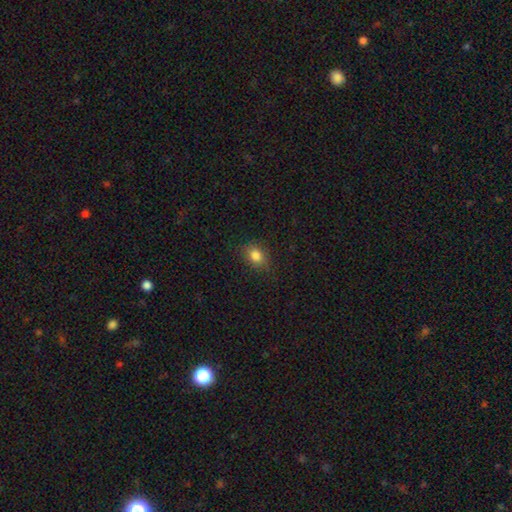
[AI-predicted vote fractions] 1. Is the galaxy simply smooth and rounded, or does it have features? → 82% smooth, 11% star or artifact, 7% featured or disk.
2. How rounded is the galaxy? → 55% in between, 43% round, 1% cigar-shaped.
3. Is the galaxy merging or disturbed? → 81% none, 14% minor disturbance, 4% major disturbance, 1% merger.